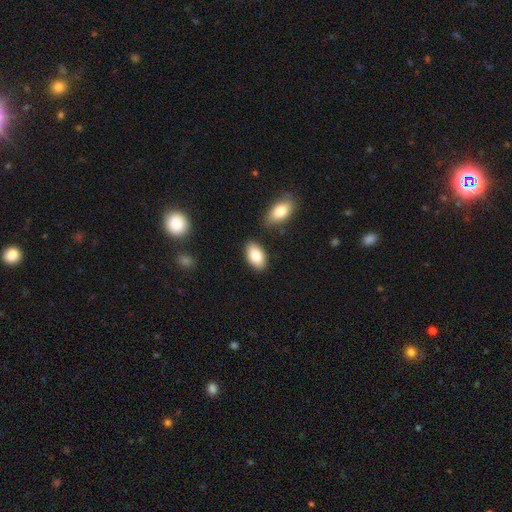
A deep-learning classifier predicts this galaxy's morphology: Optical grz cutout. It shows a smooth galaxy with no disk features (84%) that is in between round and cigar-shaped (93%). Merging: none (83%).